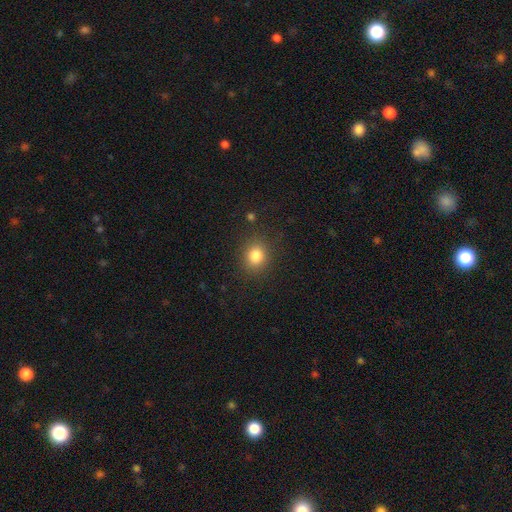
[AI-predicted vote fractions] Q: Smooth or featured?
A: smooth (82%); runner-up: star or artifact (12%)
Q: How rounded?
A: round (74%); runner-up: in between (25%)
Q: Merging?
A: none (87%); runner-up: minor disturbance (8%)